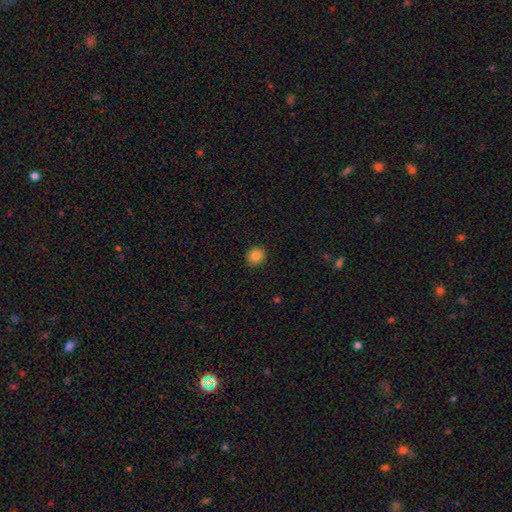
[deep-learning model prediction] Smooth or featured?
  - smooth: 84% *
  - star or artifact: 11%
  - featured or disk: 5%
How rounded?
  - round: 88% *
  - in between: 11%
  - cigar-shaped: 1%
Merging?
  - none: 92% *
  - minor disturbance: 5%
  - major disturbance: 2%
  - merger: 1%